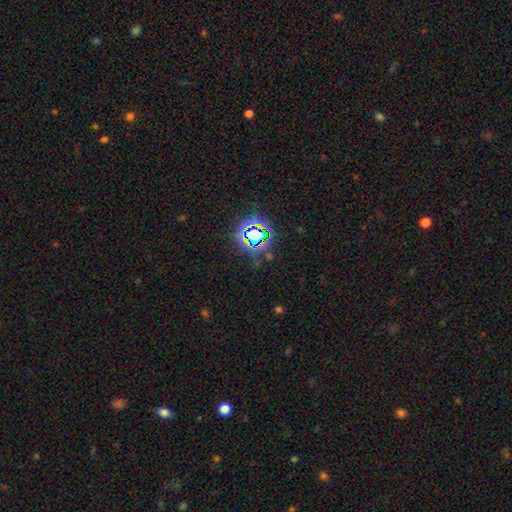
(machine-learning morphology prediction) star or artifact 77%, smooth 15%, featured or disk 8%.